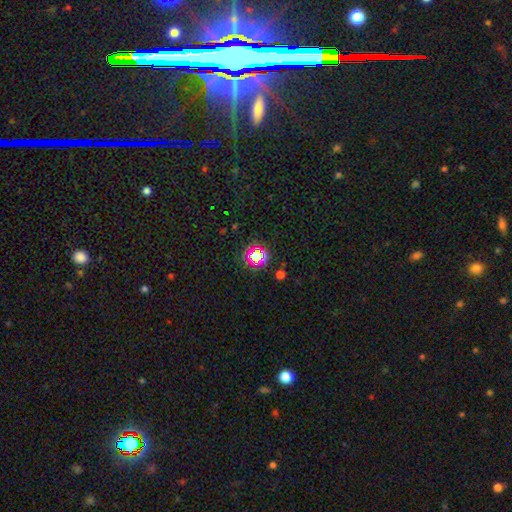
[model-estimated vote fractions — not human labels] Smooth or featured: star or artifact — 66% (smooth — 24%)